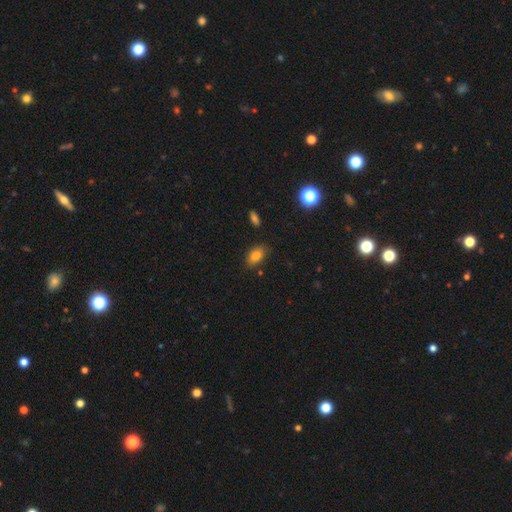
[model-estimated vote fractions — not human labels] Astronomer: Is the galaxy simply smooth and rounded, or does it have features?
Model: smooth — 82%.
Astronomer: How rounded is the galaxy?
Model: in between — 84%.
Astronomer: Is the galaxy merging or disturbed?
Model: none — 76%.